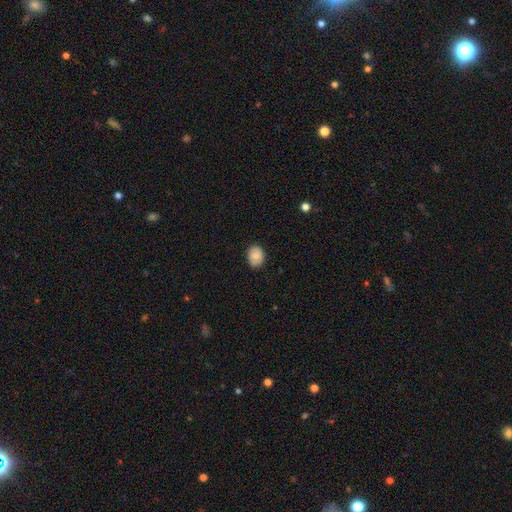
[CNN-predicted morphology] type=smooth (85%); roundness=in between (55%); merging=none (84%).